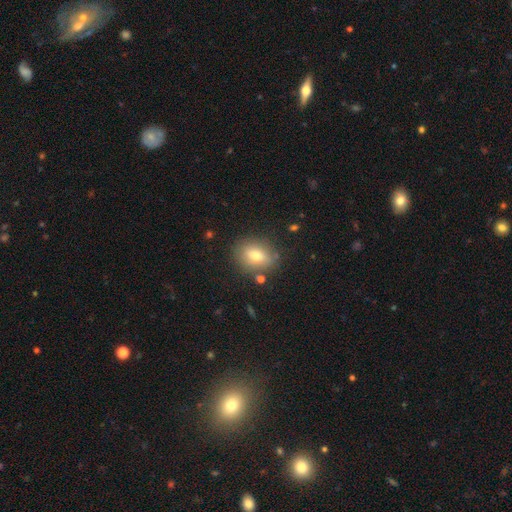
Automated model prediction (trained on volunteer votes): A smooth galaxy with no disk features (73%) that is in between round and cigar-shaped (62%). Merging: none (82%).